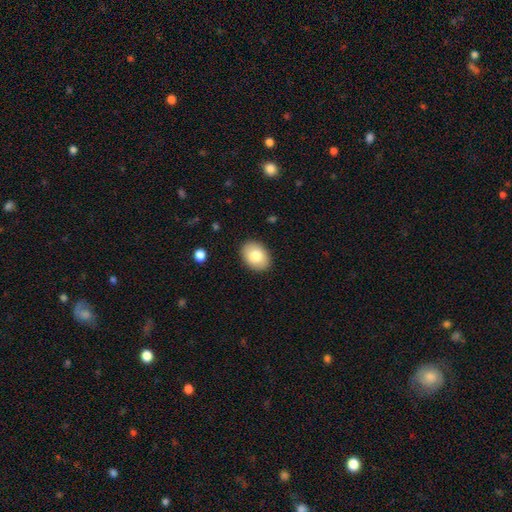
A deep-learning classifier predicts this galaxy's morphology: Smooth or featured? smooth (82%)
How rounded? in between (74%)
Merging? none (89%)